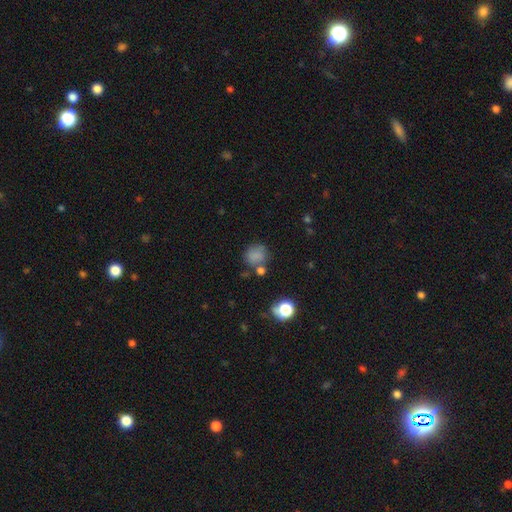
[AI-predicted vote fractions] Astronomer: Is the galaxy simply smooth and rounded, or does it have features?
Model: smooth — 75%.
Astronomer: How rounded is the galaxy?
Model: round — 76%.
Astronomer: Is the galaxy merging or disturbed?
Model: none — 62%.